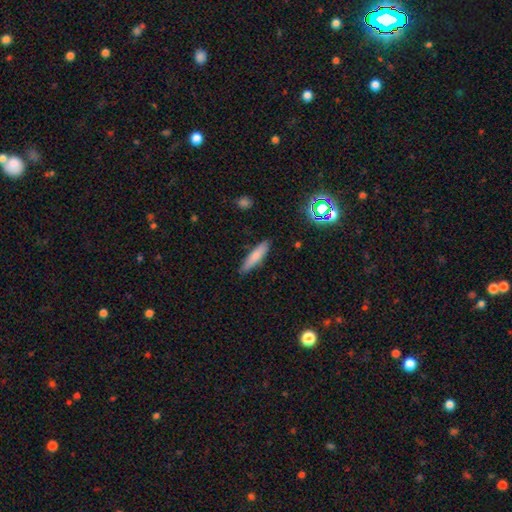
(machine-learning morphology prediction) A smooth galaxy with no disk features (76%) that is cigar-shaped (80%). Merging: none (87%).